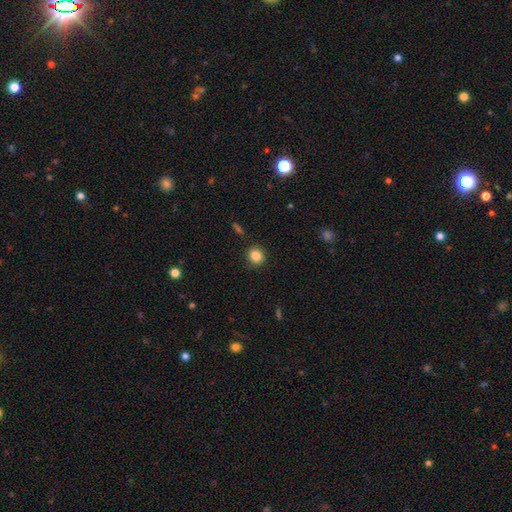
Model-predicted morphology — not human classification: Q: Smooth or featured?
A: smooth (85%); runner-up: star or artifact (10%)
Q: How rounded?
A: round (87%); runner-up: in between (12%)
Q: Merging?
A: none (90%); runner-up: minor disturbance (7%)